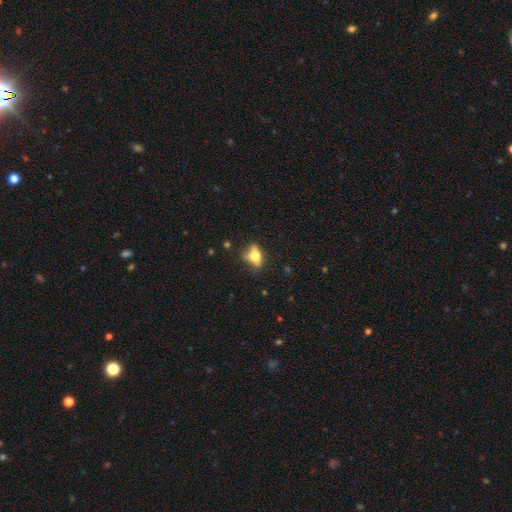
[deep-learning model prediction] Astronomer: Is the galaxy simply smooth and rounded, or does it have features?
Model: smooth — 59%.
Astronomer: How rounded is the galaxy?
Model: in between — 76%.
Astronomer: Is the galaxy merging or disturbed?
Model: none — 53%.